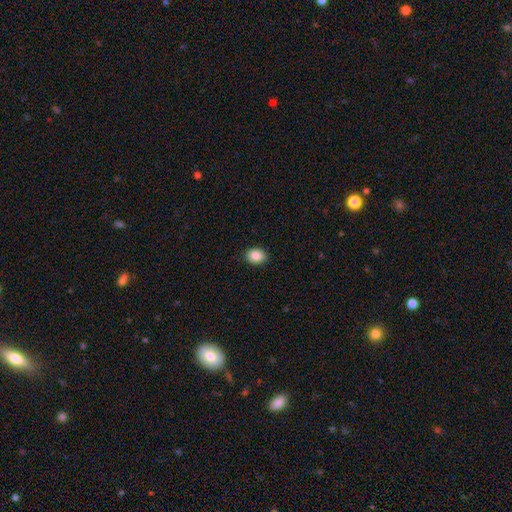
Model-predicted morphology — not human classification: The model was most divided on "how rounded": in between: 64%, round: 35%, cigar-shaped: 1%. More confident: merging — none (89%); smooth or featured — smooth (88%).